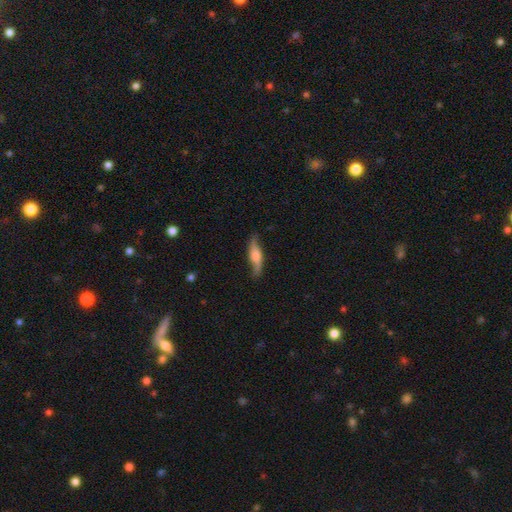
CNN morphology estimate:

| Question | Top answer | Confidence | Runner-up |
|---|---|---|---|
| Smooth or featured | featured or disk | 56% | smooth (38%) |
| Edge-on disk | yes | 66% | no (34%) |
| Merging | none | 74% | minor disturbance (19%) |